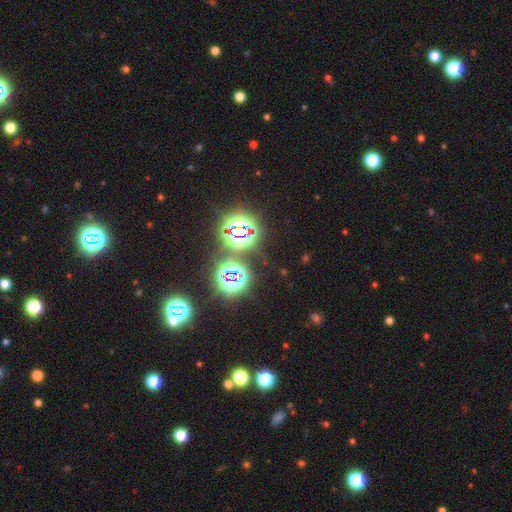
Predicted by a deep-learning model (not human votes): Overall: star or artifact (73%).